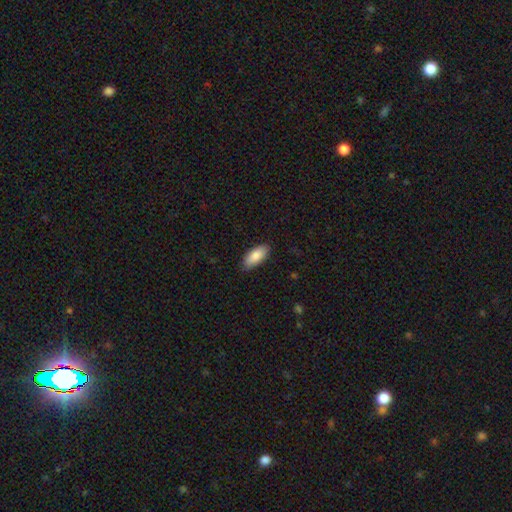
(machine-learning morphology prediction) Smooth or featured?
  - smooth: 85% *
  - featured or disk: 9%
  - star or artifact: 6%
How rounded?
  - in between: 85% *
  - cigar-shaped: 13%
  - round: 2%
Merging?
  - none: 84% *
  - minor disturbance: 12%
  - major disturbance: 2%
  - merger: 1%